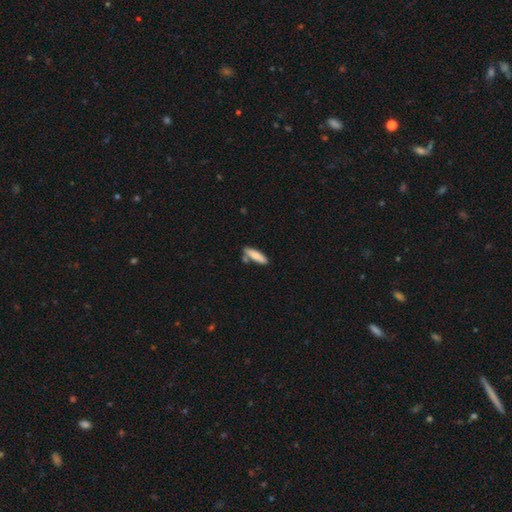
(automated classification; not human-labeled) Smooth or featured? Predicted: smooth (p=0.83). How rounded? Predicted: cigar-shaped (p=0.61). Merging? Predicted: none (p=0.69).